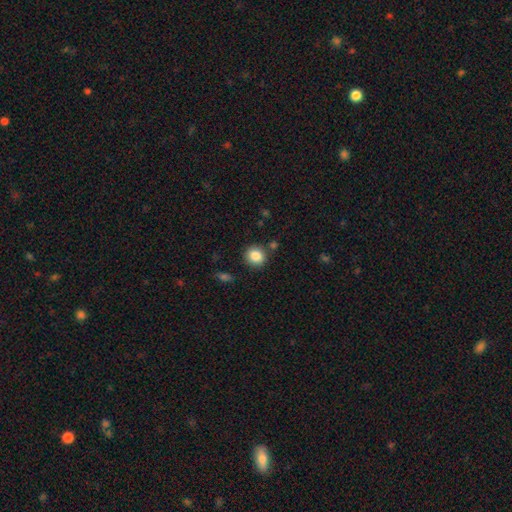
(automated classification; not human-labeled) Smooth or featured?
  - smooth: 86% *
  - star or artifact: 9%
  - featured or disk: 5%
How rounded?
  - round: 86% *
  - in between: 13%
  - cigar-shaped: 1%
Merging?
  - none: 84% *
  - minor disturbance: 9%
  - merger: 5%
  - major disturbance: 3%